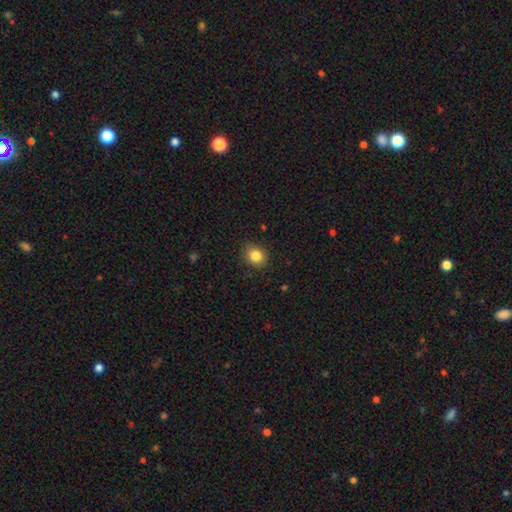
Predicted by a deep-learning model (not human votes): Smooth or featured: smooth — 84% (star or artifact — 10%)
How rounded: round — 66% (in between — 34%)
Merging: none — 86% (minor disturbance — 10%)